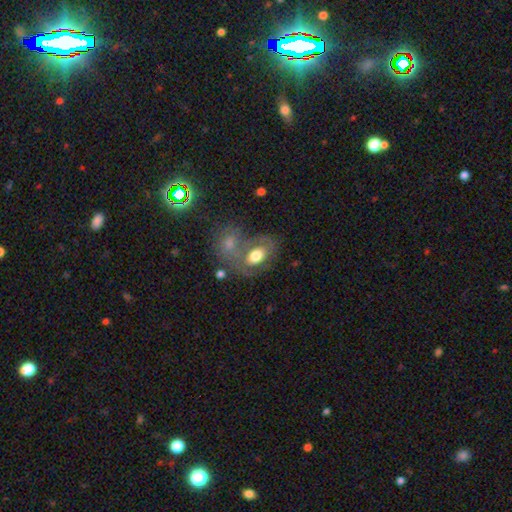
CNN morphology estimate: type=smooth (56%); roundness=in between (81%); merging=none (43%).